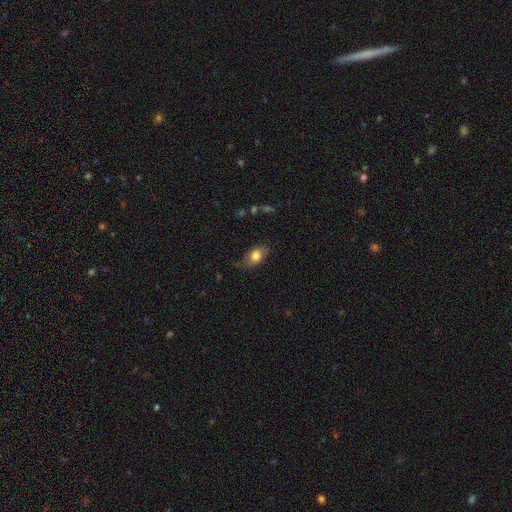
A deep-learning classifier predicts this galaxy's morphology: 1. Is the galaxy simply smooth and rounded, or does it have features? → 78% smooth, 14% featured or disk, 8% star or artifact.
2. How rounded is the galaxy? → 86% in between, 11% round, 3% cigar-shaped.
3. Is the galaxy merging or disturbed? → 68% none, 24% minor disturbance, 6% major disturbance, 1% merger.